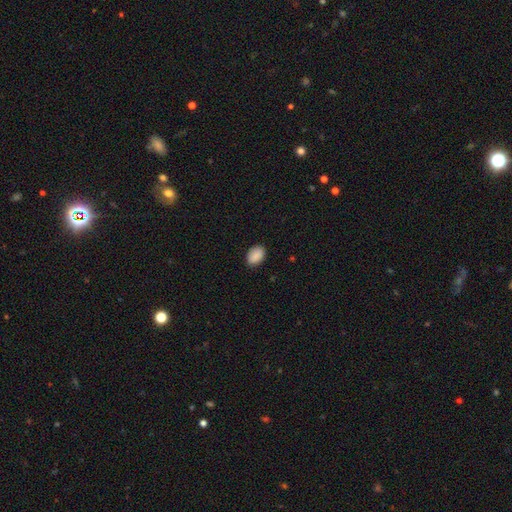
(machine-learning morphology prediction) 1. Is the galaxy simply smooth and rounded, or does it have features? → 89% smooth, 7% star or artifact, 4% featured or disk.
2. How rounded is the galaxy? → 82% in between, 17% round, 1% cigar-shaped.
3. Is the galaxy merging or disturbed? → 85% none, 12% minor disturbance, 2% major disturbance, 1% merger.